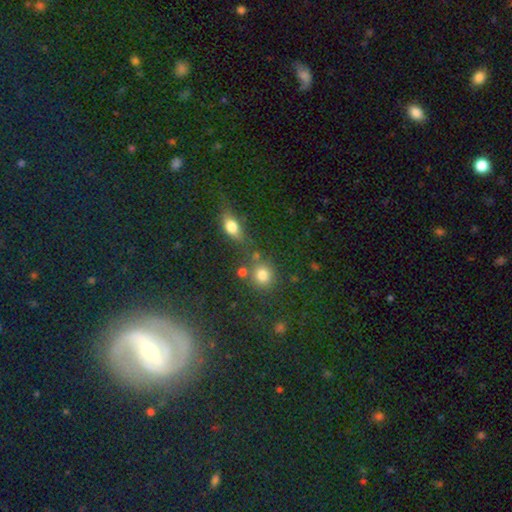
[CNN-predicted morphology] Smooth or featured?
  - smooth: 73% *
  - star or artifact: 16%
  - featured or disk: 11%
How rounded?
  - round: 77% *
  - in between: 20%
  - cigar-shaped: 4%
Merging?
  - none: 72% *
  - merger: 13%
  - minor disturbance: 11%
  - major disturbance: 5%